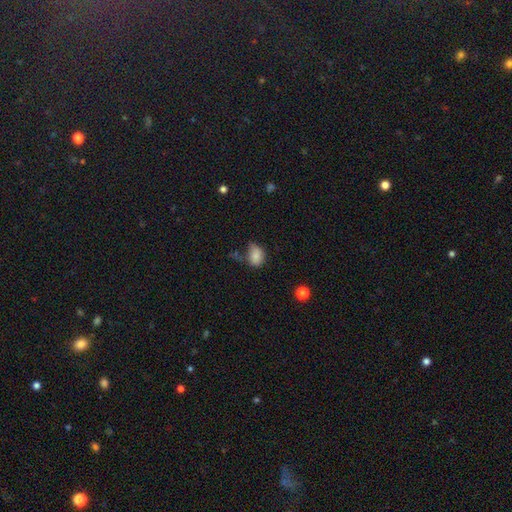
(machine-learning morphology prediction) A smooth galaxy with no disk features (81%) that is in between round and cigar-shaped (66%).

Vote fractions:
- Smooth or featured? smooth: 81% / star or artifact: 11% / featured or disk: 8%
- How rounded? in between: 66% / round: 33% / cigar-shaped: 1%
- Merging? none: 41% / minor disturbance: 37% / major disturbance: 15% / merger: 7%